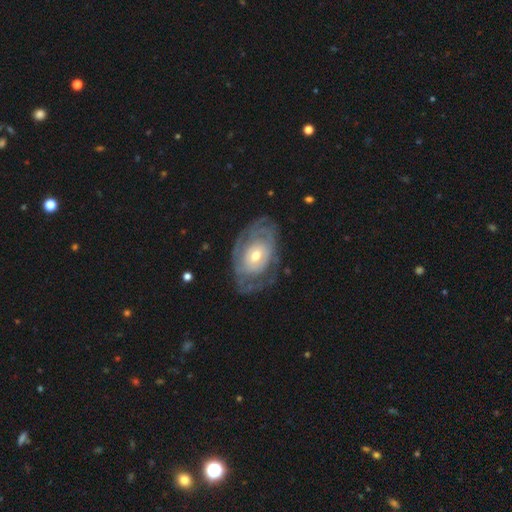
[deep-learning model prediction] Morphology: type=featured or disk (74%); edge-on=no (94%); bar=no (75%); spiral arms=yes (70%); bulge=moderate (57%); merging=none (65%).